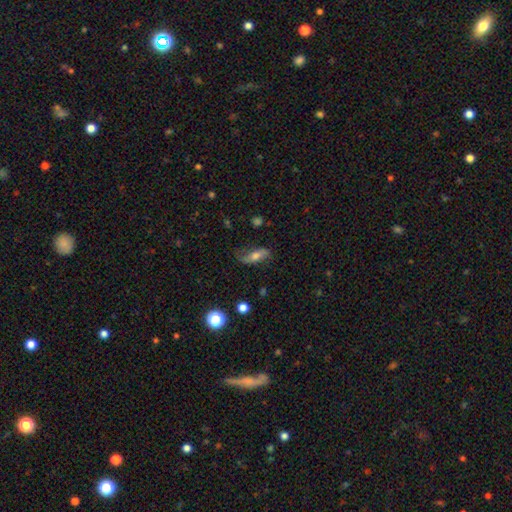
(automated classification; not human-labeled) smooth 49%, featured or disk 42%, star or artifact 9%. Down the decision tree: merging — none (66%).